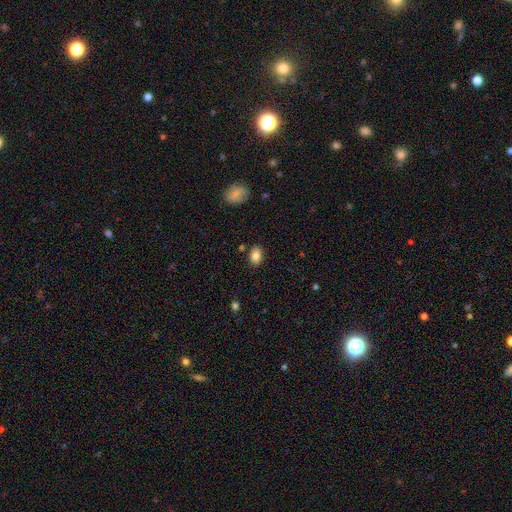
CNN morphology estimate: smooth_or_featured: smooth (p=0.85) [alt: star or artifact p=0.09]
how_rounded: in between (p=0.80) [alt: round p=0.19]
merging: none (p=0.85) [alt: minor disturbance p=0.10]